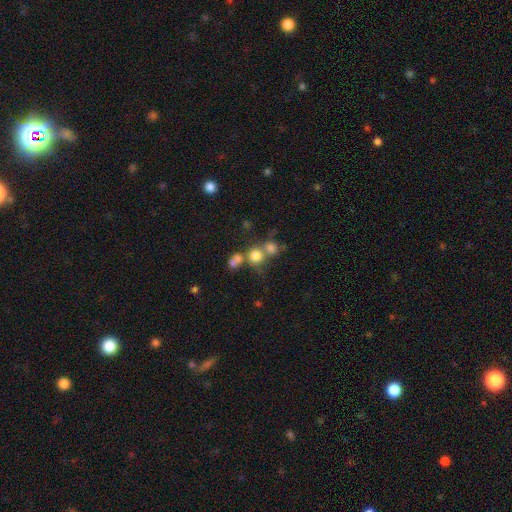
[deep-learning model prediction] The model was most divided on "merging": none: 47%, merger: 40%, minor disturbance: 8%, major disturbance: 5%. More confident: how rounded — round (87%); smooth or featured — smooth (72%).